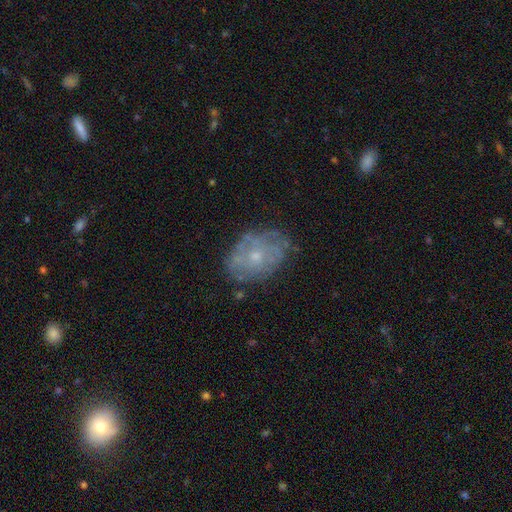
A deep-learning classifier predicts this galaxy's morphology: smooth-or-featured: featured or disk: 59% | smooth: 33% | star or artifact: 9%
  disk-edge-on: no: 96% | yes: 4%
    bar: no: 87% | weak: 11% | strong: 2%
    has-spiral-arms: no: 52% | yes: 48%
    bulge-size: small: 61% | moderate: 34% | none: 3% | large: 1% | dominant: 1%
  merging: none: 67% | minor disturbance: 23% | major disturbance: 8% | merger: 2%